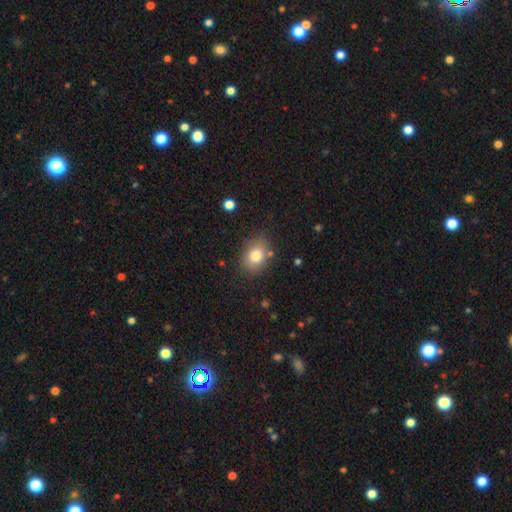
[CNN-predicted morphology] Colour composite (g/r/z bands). It shows a smooth galaxy with no disk features (80%) that is in between round and cigar-shaped (67%). Merging: none (79%).